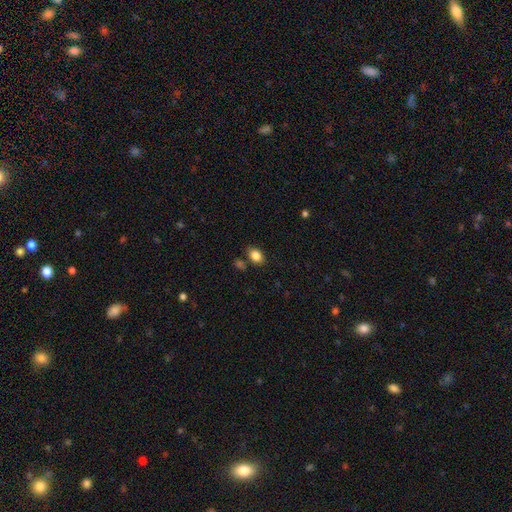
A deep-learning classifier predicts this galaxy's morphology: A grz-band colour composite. It shows a smooth galaxy with no disk features (86%) that is in between round and cigar-shaped (77%). Merging: none (78%).